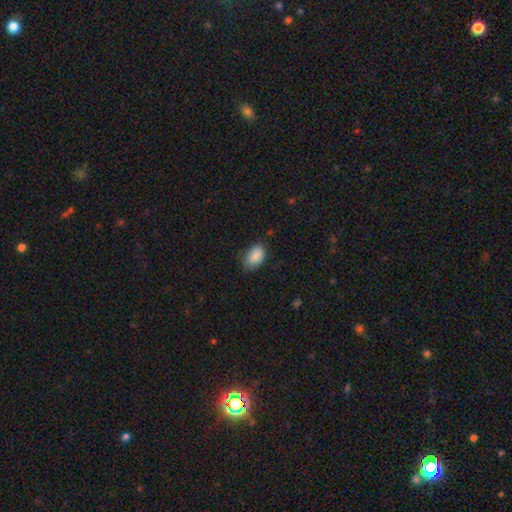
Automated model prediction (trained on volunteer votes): Smooth or featured: smooth — 87% (star or artifact — 7%)
How rounded: in between — 90% (round — 9%)
Merging: none — 66% (minor disturbance — 28%)